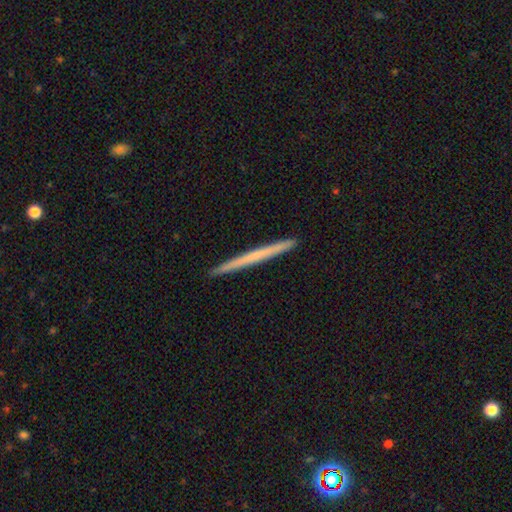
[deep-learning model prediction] Morphology: type=smooth (52%); roundness=cigar-shaped (97%); merging=none (93%).